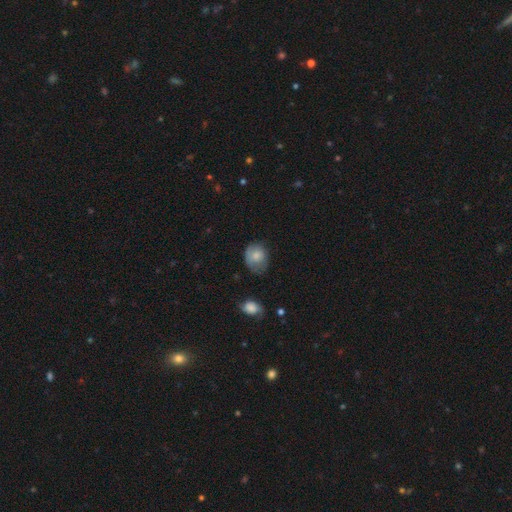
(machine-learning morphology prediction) Smooth or featured?
  - smooth: 73% *
  - featured or disk: 19%
  - star or artifact: 8%
How rounded?
  - round: 54% *
  - in between: 45%
  - cigar-shaped: 1%
Merging?
  - none: 51% *
  - minor disturbance: 35%
  - major disturbance: 12%
  - merger: 2%